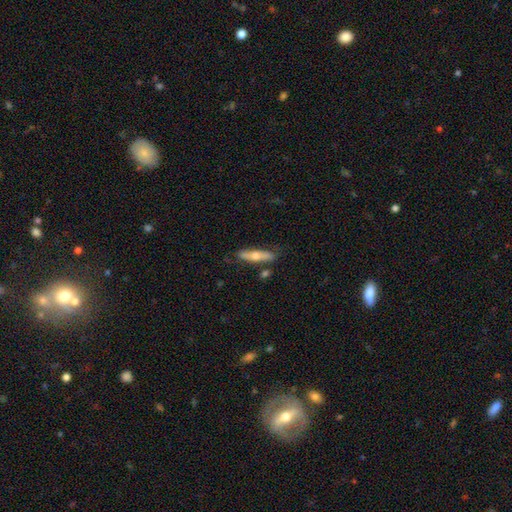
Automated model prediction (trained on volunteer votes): Q: Smooth or featured?
A: smooth (53%); runner-up: featured or disk (42%)
Q: How rounded?
A: cigar-shaped (76%); runner-up: in between (21%)
Q: Merging?
A: none (76%); runner-up: minor disturbance (15%)